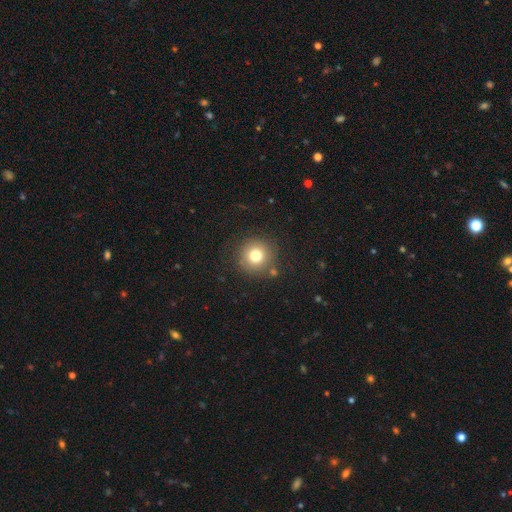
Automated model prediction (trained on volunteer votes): The model was most divided on "smooth or featured": smooth: 76%, star or artifact: 13%, featured or disk: 11%. More confident: how rounded — round (94%); merging — none (85%).